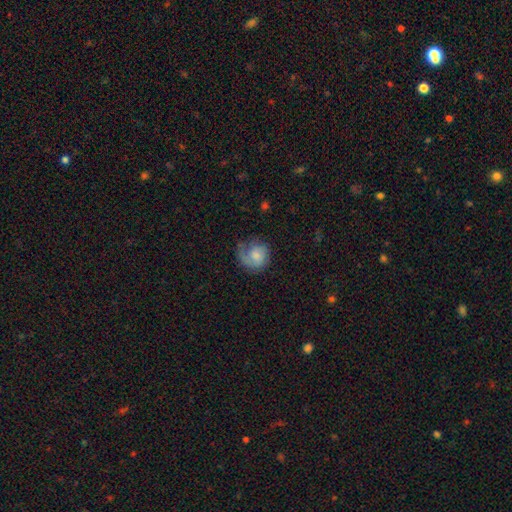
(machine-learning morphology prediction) Overall: smooth (47%; featured or disk 45%). Merging: none (51%; minor disturbance 25%).